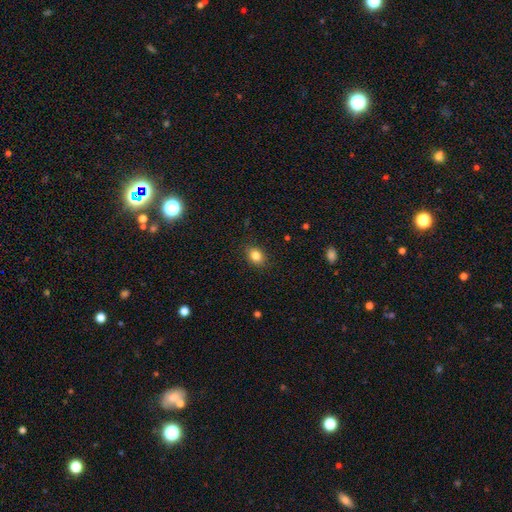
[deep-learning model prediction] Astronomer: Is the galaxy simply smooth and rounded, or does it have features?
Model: smooth — 84%.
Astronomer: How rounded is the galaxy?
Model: in between — 52% (runner-up: round, 47%).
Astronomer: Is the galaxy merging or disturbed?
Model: none — 87%.